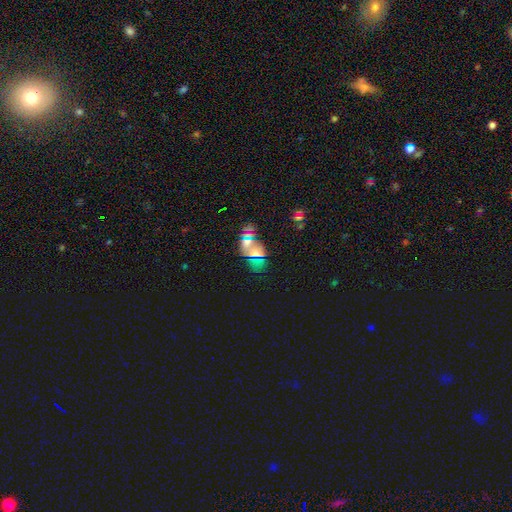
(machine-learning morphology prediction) The model was most divided on "smooth or featured": star or artifact: 45%, smooth: 38%, featured or disk: 17%.